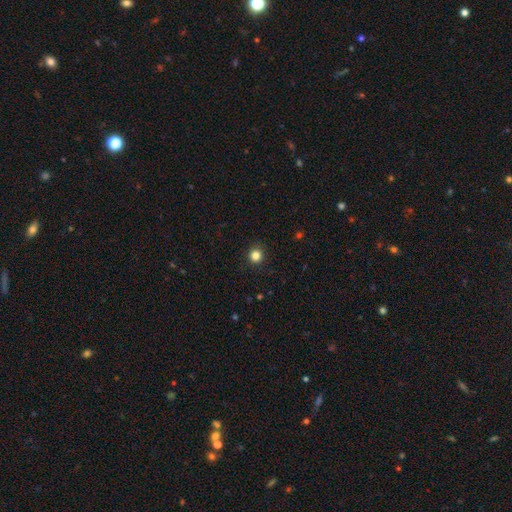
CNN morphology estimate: Q: Smooth or featured?
A: smooth (84%); runner-up: star or artifact (13%)
Q: How rounded?
A: round (93%); runner-up: in between (6%)
Q: Merging?
A: none (92%); runner-up: minor disturbance (5%)